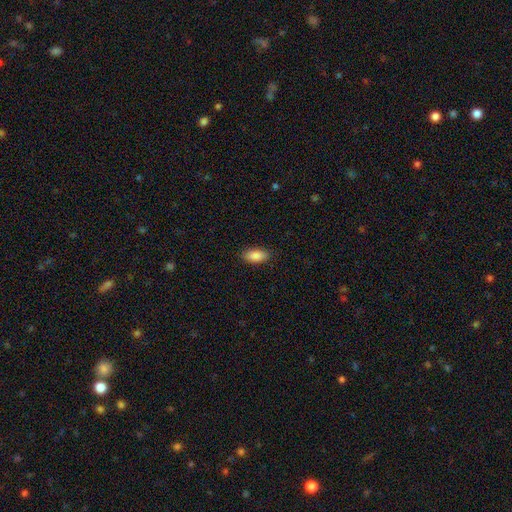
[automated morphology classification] A smooth galaxy with no disk features (89%) that is in between round and cigar-shaped (91%).

Vote fractions:
- Smooth or featured? smooth: 89% / star or artifact: 6% / featured or disk: 4%
- How rounded? in between: 91% / cigar-shaped: 6% / round: 3%
- Merging? none: 88% / minor disturbance: 9% / major disturbance: 2% / merger: 1%